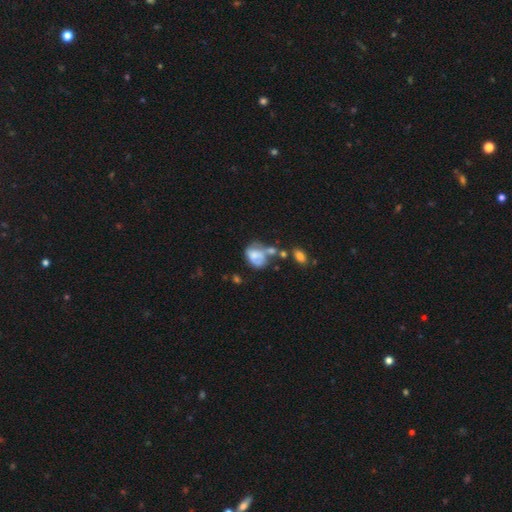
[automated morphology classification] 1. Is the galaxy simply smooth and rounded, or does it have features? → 54% smooth, 37% featured or disk, 9% star or artifact.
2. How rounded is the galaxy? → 68% in between, 31% round, 1% cigar-shaped.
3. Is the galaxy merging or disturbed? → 28% merger, 25% none, 24% minor disturbance, 23% major disturbance.